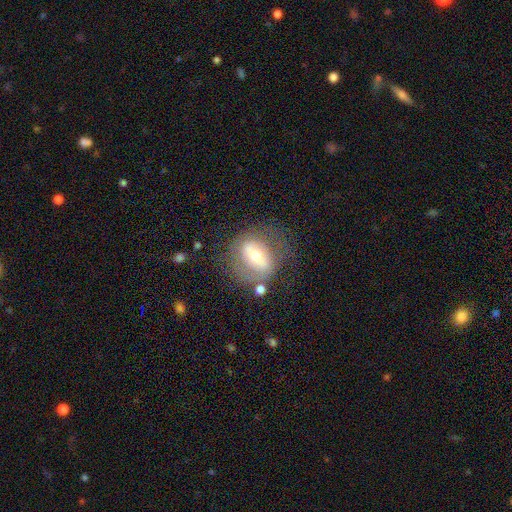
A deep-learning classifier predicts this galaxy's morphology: The model was most divided on "smooth or featured": featured or disk: 52%, smooth: 40%, star or artifact: 8%. More confident: edge-on disk — no (91%); merging — none (57%).